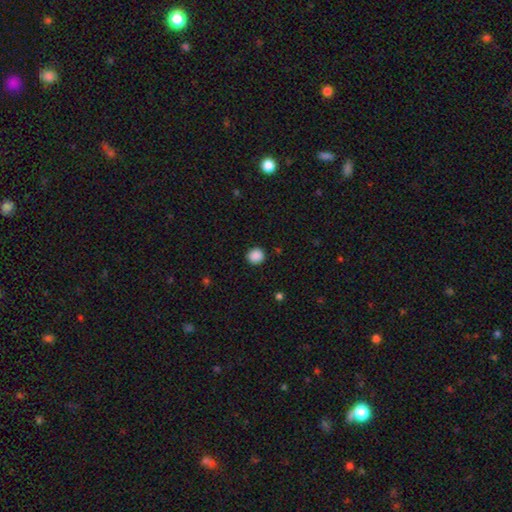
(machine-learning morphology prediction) smooth 88%, star or artifact 9%, featured or disk 2%. Down the decision tree: how rounded — round (87%); merging — none (90%).